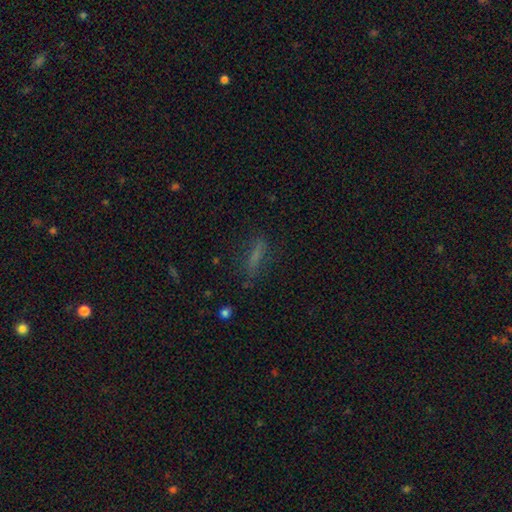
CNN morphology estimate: Smooth or featured? smooth (58%)
How rounded? cigar-shaped (74%)
Merging? none (73%)